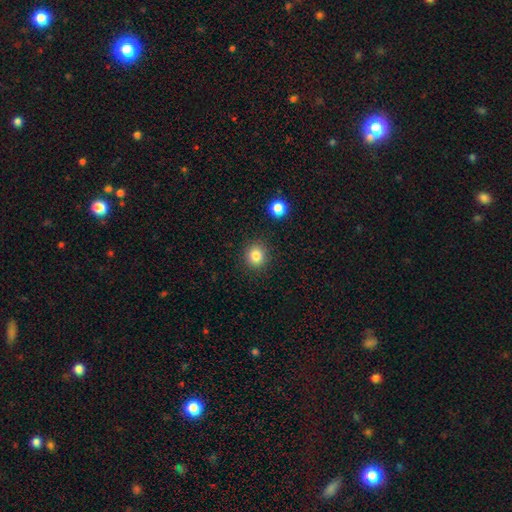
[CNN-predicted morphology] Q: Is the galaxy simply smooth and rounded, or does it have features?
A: smooth — 82%.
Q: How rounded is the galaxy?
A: round — 85%.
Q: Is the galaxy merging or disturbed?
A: none — 89%.